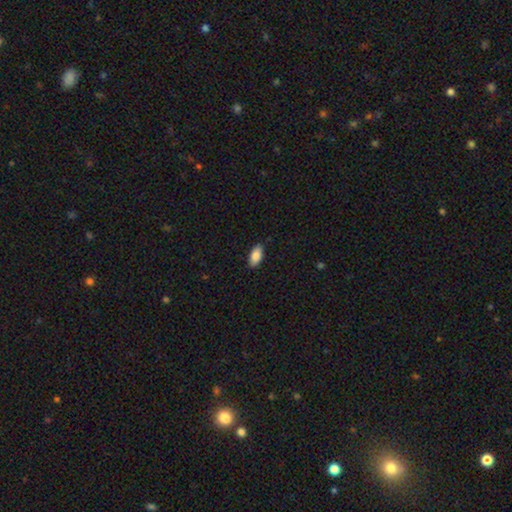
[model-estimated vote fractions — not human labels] Morphology: type=smooth (85%); roundness=in between (89%); merging=none (88%).